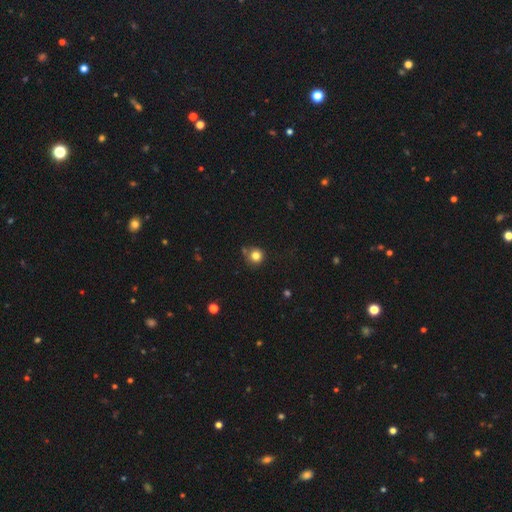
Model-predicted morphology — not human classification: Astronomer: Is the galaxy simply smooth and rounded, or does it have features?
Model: smooth — 81%.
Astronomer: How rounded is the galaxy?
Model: round — 92%.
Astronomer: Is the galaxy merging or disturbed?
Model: none — 74%.